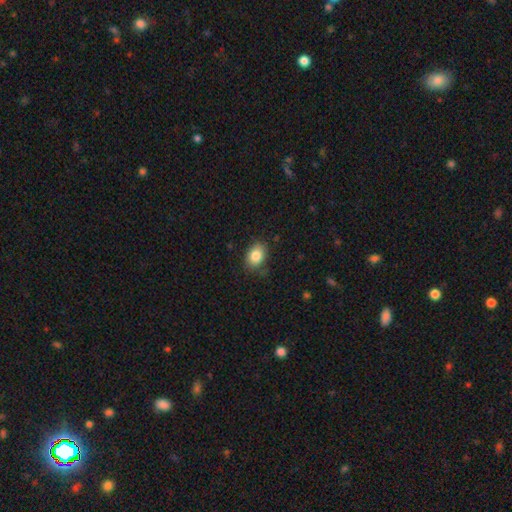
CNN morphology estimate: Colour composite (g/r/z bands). It shows a smooth galaxy with no disk features (85%) that is in between round and cigar-shaped (66%). Merging: none (77%).